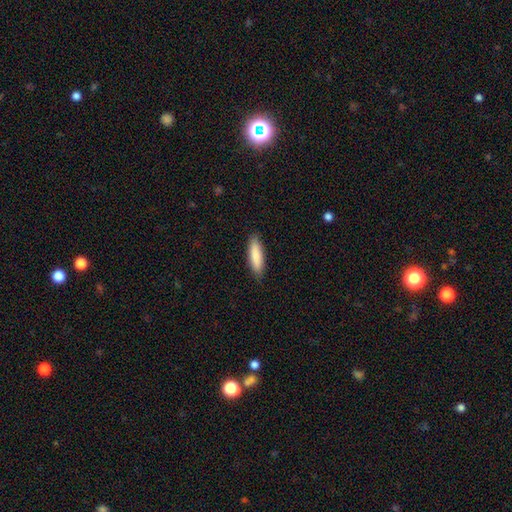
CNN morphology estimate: type=smooth (85%); roundness=cigar-shaped (66%); merging=none (87%).